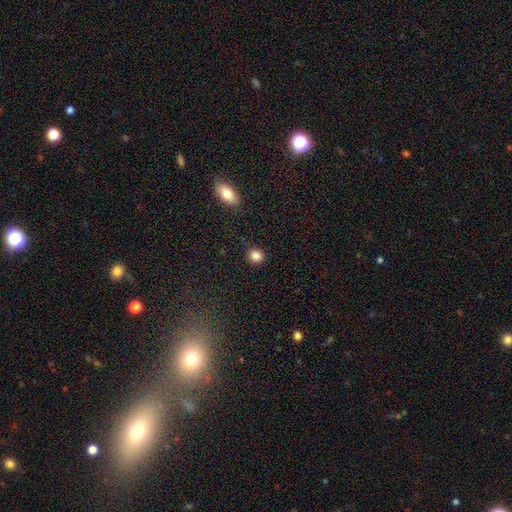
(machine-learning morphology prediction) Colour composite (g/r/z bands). It shows a smooth galaxy with no disk features (86%) that is round (84%). Merging: none (89%).